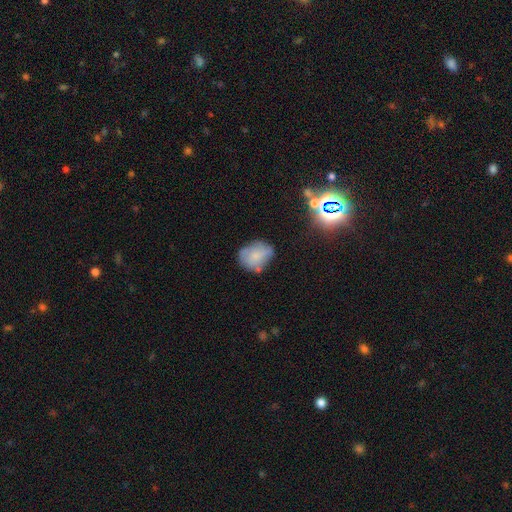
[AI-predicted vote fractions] A smooth galaxy with no disk features (65%) that is round (53%). Merging: none (55%).